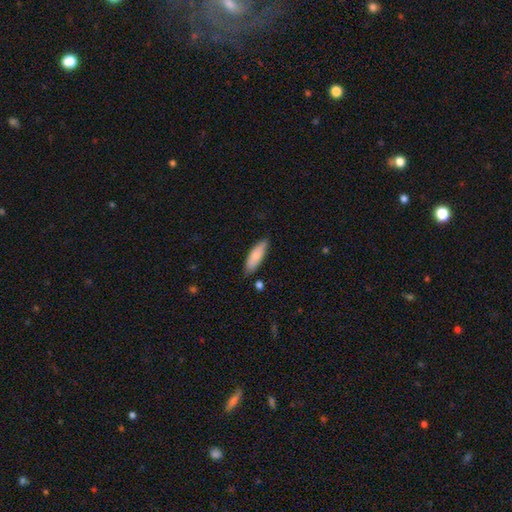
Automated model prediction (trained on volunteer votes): smooth-or-featured: smooth: 81% | featured or disk: 14% | star or artifact: 6%
  how-rounded: cigar-shaped: 53% | in between: 45% | round: 2%
  merging: none: 81% | minor disturbance: 14% | merger: 3% | major disturbance: 2%